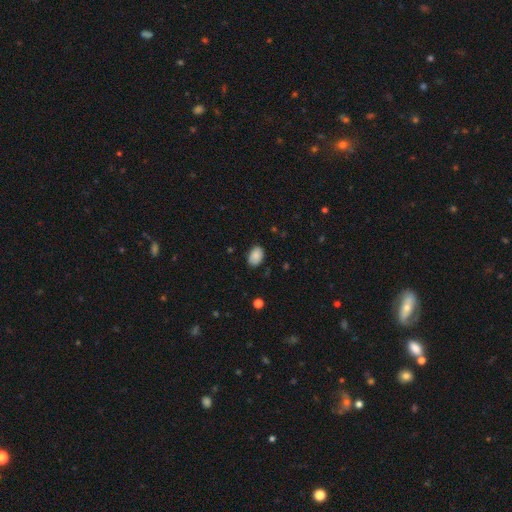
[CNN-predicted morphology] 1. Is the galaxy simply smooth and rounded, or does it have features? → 86% smooth, 8% star or artifact, 6% featured or disk.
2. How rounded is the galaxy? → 86% in between, 13% round, 1% cigar-shaped.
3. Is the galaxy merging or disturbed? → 82% none, 15% minor disturbance, 3% major disturbance, 1% merger.